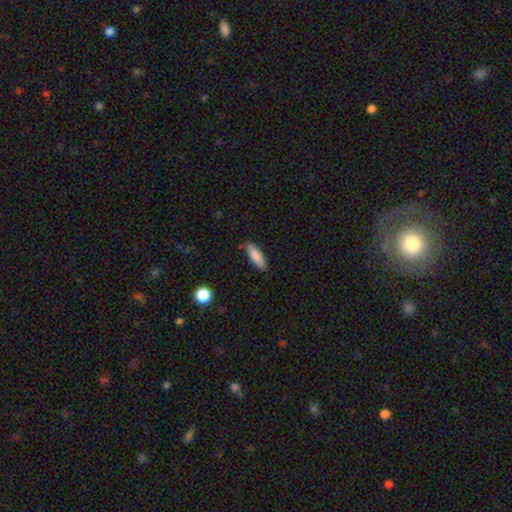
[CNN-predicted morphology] This appears to be a smooth galaxy with no disk features (84%) that is in between round and cigar-shaped (49%, tied with cigar-shaped). Merging: none (84%).